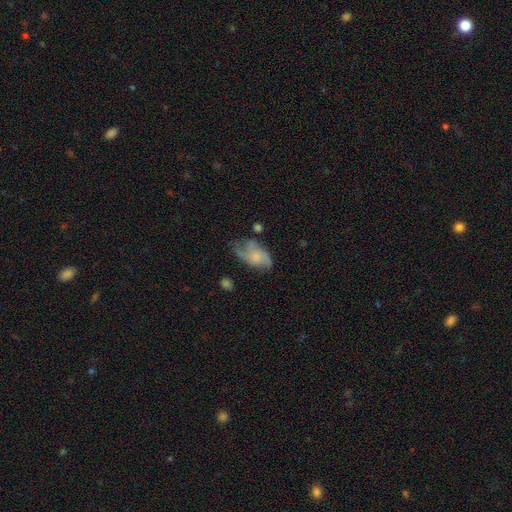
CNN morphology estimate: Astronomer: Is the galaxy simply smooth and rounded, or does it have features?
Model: featured or disk — 47% (runner-up: smooth, 45%).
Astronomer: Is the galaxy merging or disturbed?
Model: none — 39% (runner-up: minor disturbance, 31%).